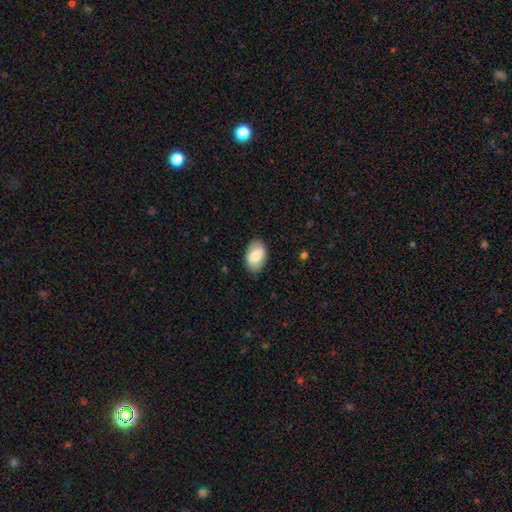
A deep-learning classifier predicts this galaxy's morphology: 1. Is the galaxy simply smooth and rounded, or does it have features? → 74% smooth, 20% featured or disk, 6% star or artifact.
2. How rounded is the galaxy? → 92% in between, 6% round, 2% cigar-shaped.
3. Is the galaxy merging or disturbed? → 82% none, 14% minor disturbance, 3% major disturbance, 1% merger.